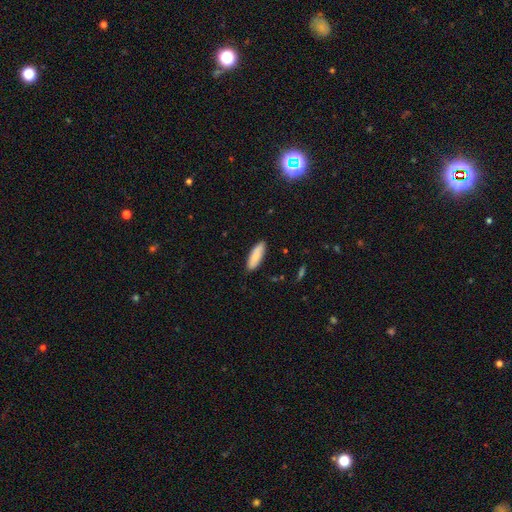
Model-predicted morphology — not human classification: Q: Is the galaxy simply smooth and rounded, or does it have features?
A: smooth — 86%.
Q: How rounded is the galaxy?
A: in between — 55%.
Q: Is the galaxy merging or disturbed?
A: none — 88%.